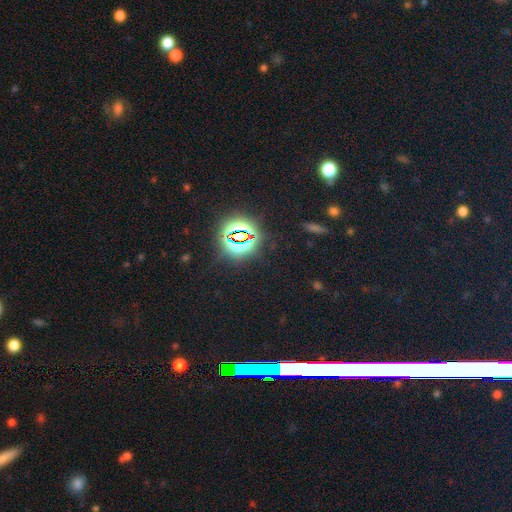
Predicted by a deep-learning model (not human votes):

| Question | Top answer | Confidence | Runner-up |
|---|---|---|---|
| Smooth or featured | star or artifact | 76% | smooth (14%) |